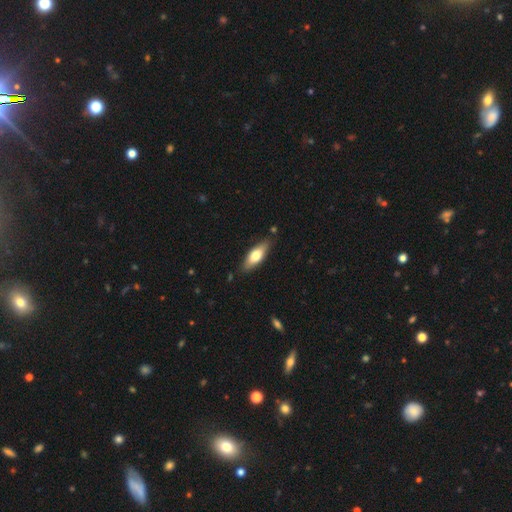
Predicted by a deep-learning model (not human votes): smooth_or_featured: smooth (p=0.66) [alt: featured or disk p=0.29]
how_rounded: in between (p=0.63) [alt: cigar-shaped p=0.35]
merging: none (p=0.83) [alt: minor disturbance p=0.13]